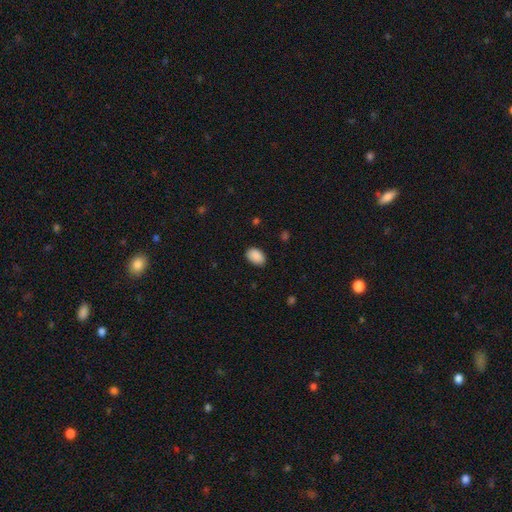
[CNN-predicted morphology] This appears to be a smooth galaxy with no disk features (90%) that is in between round and cigar-shaped (88%). Merging: none (86%).